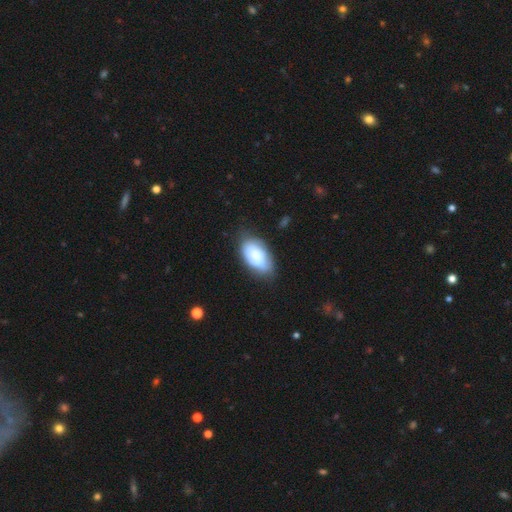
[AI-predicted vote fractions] A smooth galaxy with no disk features (67%) that is in between round and cigar-shaped (94%). Merging: none (62%).